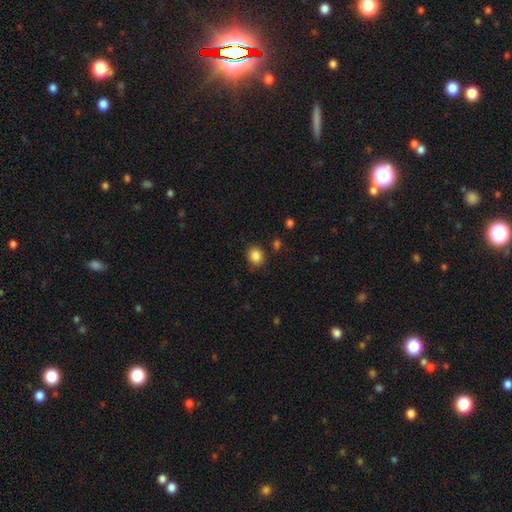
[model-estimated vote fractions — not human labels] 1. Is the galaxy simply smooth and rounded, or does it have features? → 86% smooth, 10% star or artifact, 4% featured or disk.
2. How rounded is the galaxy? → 64% round, 35% in between, 1% cigar-shaped.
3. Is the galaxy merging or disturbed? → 84% none, 10% minor disturbance, 3% major disturbance, 3% merger.